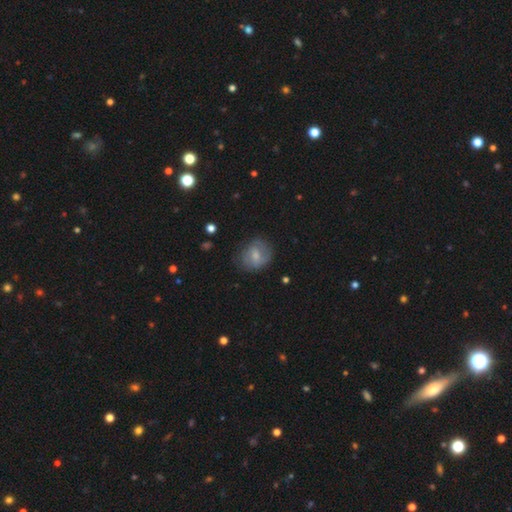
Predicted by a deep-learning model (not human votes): Smooth or featured? Predicted: smooth (p=0.59). How rounded? Predicted: round (p=0.58). Merging? Predicted: none (p=0.66).